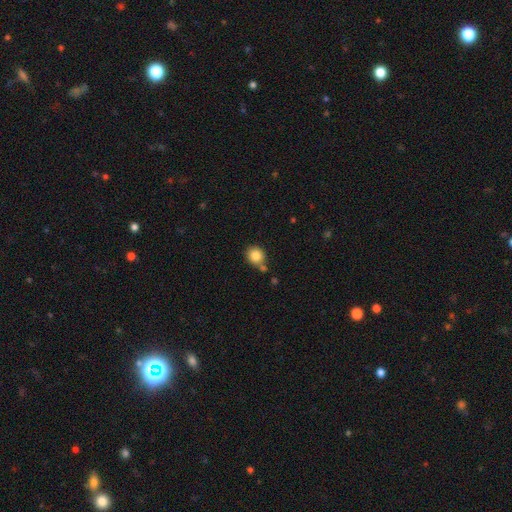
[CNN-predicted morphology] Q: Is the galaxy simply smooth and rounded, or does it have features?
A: smooth — 84%.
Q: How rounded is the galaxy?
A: round — 84%.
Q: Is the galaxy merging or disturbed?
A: none — 66%.